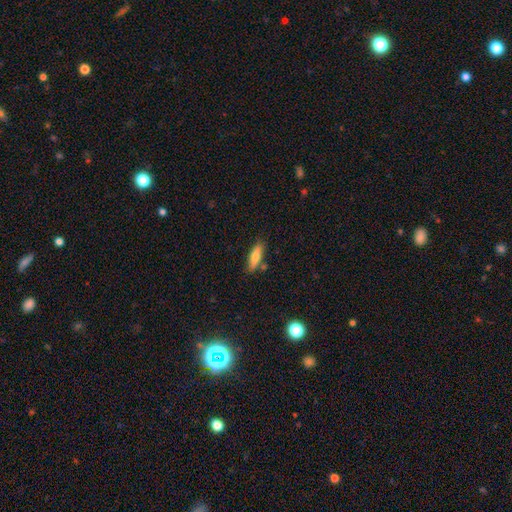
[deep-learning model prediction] smooth-or-featured: smooth: 73% | featured or disk: 20% | star or artifact: 7%
  how-rounded: cigar-shaped: 57% | in between: 41% | round: 2%
  merging: none: 78% | minor disturbance: 13% | merger: 6% | major disturbance: 3%